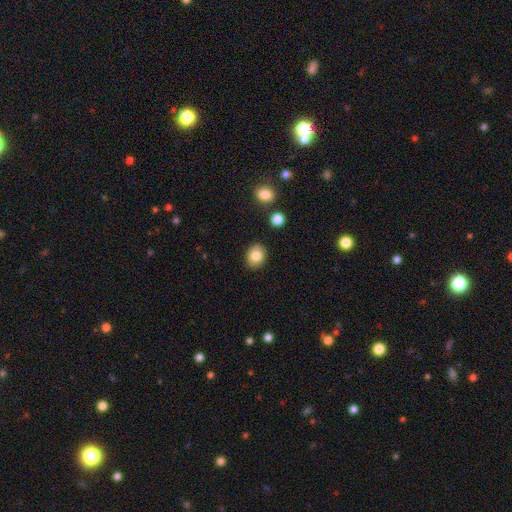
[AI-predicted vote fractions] Morphology: type=smooth (81%); roundness=round (53%); merging=none (88%).